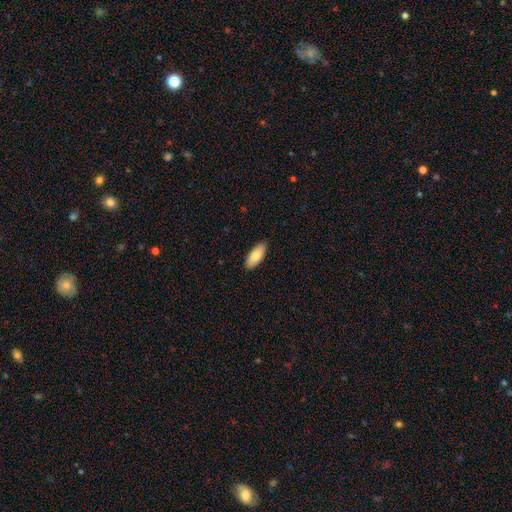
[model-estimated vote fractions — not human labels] Q: Smooth or featured?
A: smooth (82%); runner-up: featured or disk (12%)
Q: How rounded?
A: in between (83%); runner-up: cigar-shaped (15%)
Q: Merging?
A: none (89%); runner-up: minor disturbance (8%)